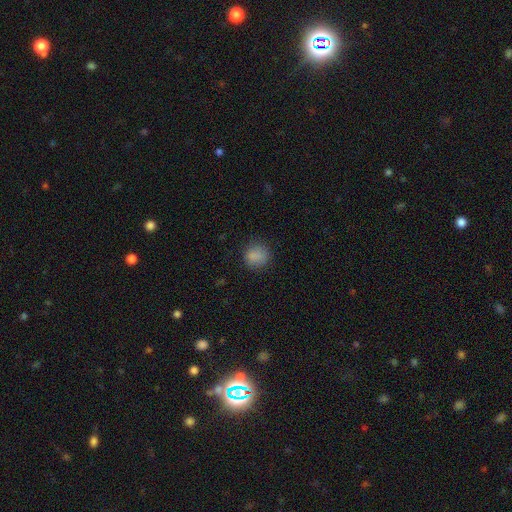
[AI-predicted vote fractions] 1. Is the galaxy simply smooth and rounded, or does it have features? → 84% smooth, 11% star or artifact, 5% featured or disk.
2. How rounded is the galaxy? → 85% round, 14% in between, 1% cigar-shaped.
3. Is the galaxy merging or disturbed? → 81% none, 14% minor disturbance, 4% major disturbance, 1% merger.